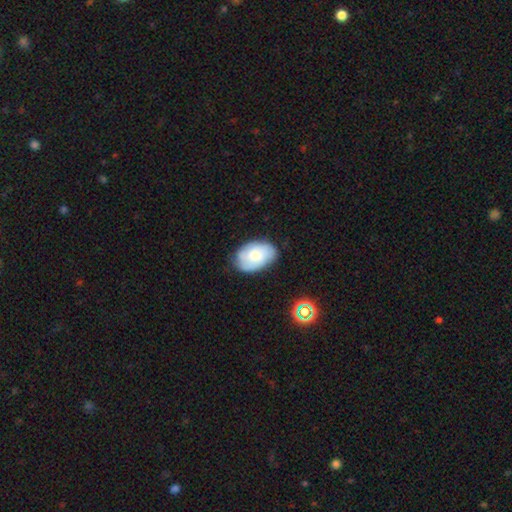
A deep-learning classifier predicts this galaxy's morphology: Smooth or featured?
  - smooth: 55% *
  - featured or disk: 38%
  - star or artifact: 7%
How rounded?
  - in between: 88% *
  - round: 11%
  - cigar-shaped: 1%
Merging?
  - none: 72% *
  - minor disturbance: 21%
  - major disturbance: 5%
  - merger: 2%